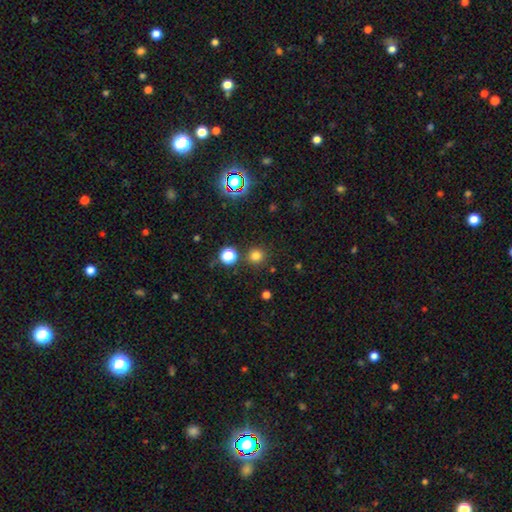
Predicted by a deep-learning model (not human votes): Q: Smooth or featured?
A: smooth (76%); runner-up: star or artifact (19%)
Q: How rounded?
A: round (94%); runner-up: in between (5%)
Q: Merging?
A: none (86%); runner-up: minor disturbance (6%)